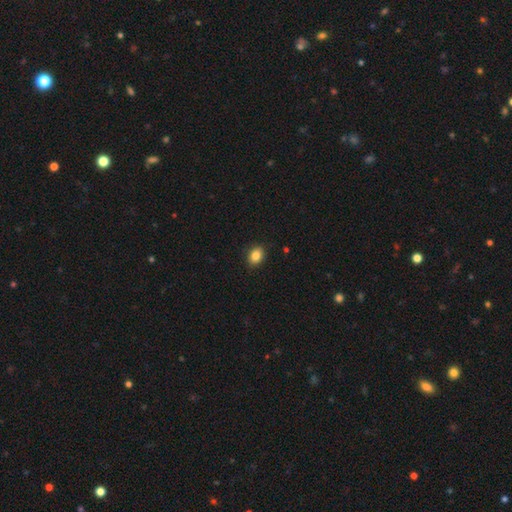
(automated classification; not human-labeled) The model was most divided on "how rounded": in between: 61%, round: 38%, cigar-shaped: 1%. More confident: merging — none (89%); smooth or featured — smooth (85%).